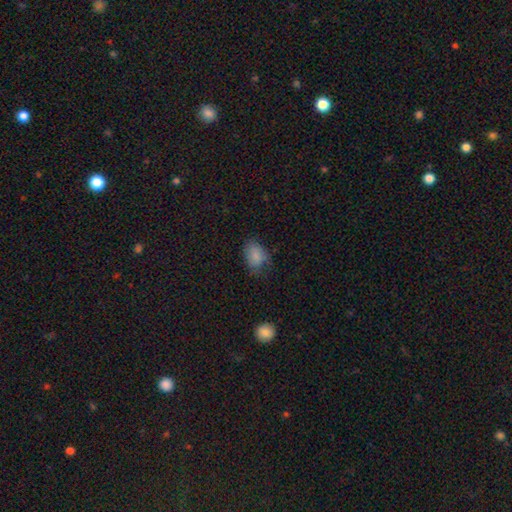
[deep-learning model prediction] Morphology: type=smooth (82%); roundness=in between (80%); merging=none (60%).